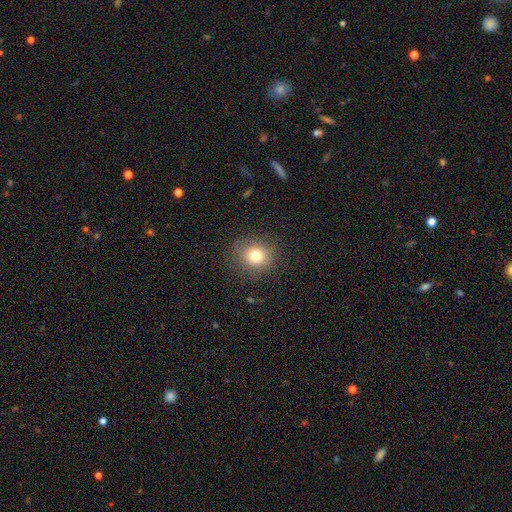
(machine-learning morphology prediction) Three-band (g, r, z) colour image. It shows a smooth galaxy with no disk features (77%) that is round (86%). Merging: none (85%).